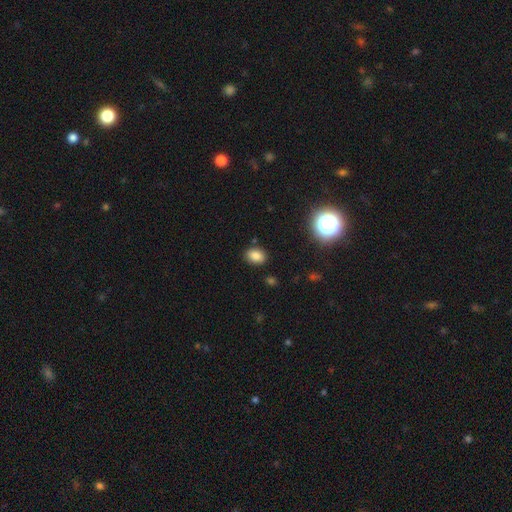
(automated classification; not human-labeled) A smooth galaxy with no disk features (82%) that is in between round and cigar-shaped (77%).

Vote fractions:
- Smooth or featured? smooth: 82% / star or artifact: 12% / featured or disk: 6%
- How rounded? in between: 77% / round: 22% / cigar-shaped: 1%
- Merging? none: 85% / minor disturbance: 10% / major disturbance: 2% / merger: 2%